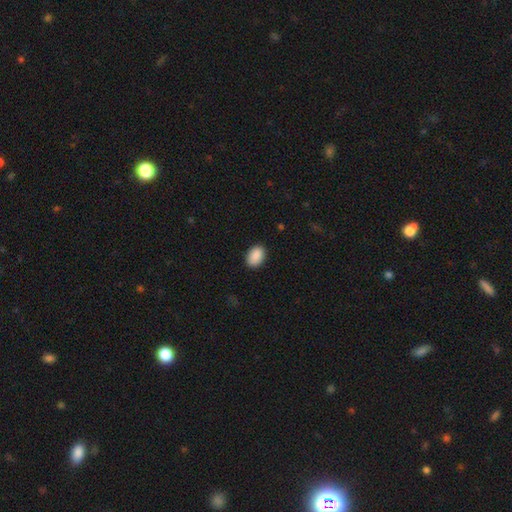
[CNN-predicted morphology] Smooth or featured?
  - smooth: 90% *
  - star or artifact: 7%
  - featured or disk: 3%
How rounded?
  - in between: 87% *
  - round: 12%
  - cigar-shaped: 1%
Merging?
  - none: 88% *
  - minor disturbance: 9%
  - major disturbance: 2%
  - merger: 1%